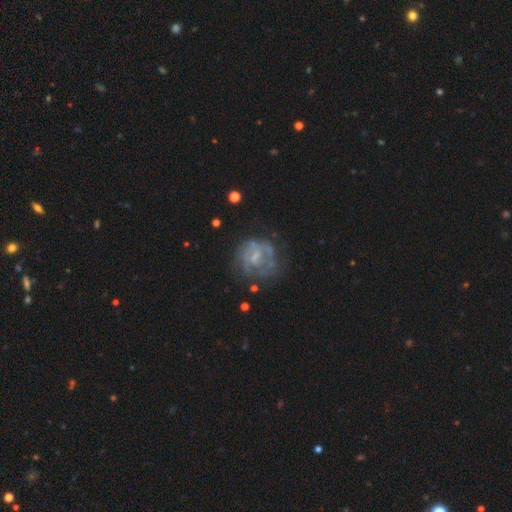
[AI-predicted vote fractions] The model was most divided on "bulge size": small: 39%, none: 34%, moderate: 24%, large: 2%, dominant: 1%. Remaining: edge-on disk — no (98%); smooth or featured — featured or disk (70%); spiral arms — yes (59%); merging — none (56%); bar — no (49%).